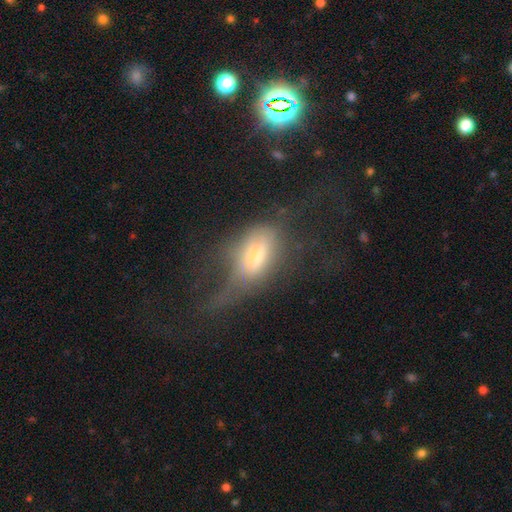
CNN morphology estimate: This appears to be a smooth galaxy with no disk features (44%). Merging: major disturbance (51%).